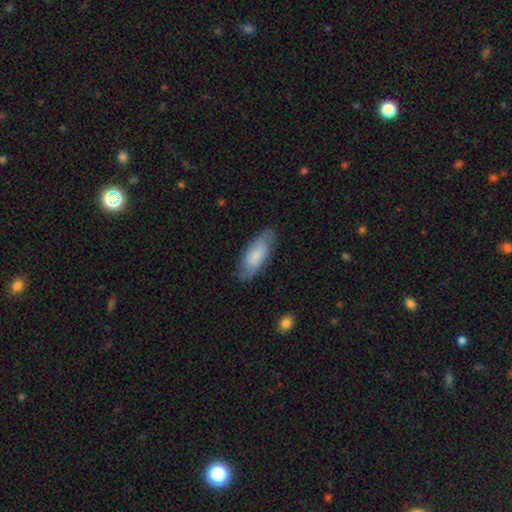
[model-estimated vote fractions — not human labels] This appears to be a smooth galaxy with no disk features (64%) that is in between round and cigar-shaped (77%). Merging: none (79%).